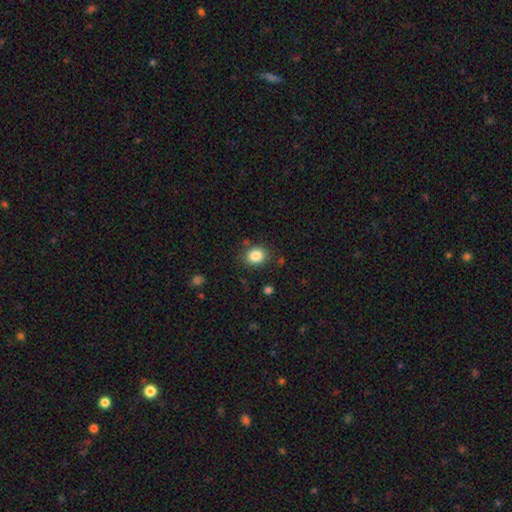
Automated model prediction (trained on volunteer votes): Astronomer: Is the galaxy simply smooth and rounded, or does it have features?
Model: smooth — 85%.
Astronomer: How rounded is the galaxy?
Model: round — 59% (runner-up: in between, 40%).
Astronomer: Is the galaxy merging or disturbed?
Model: none — 84%.